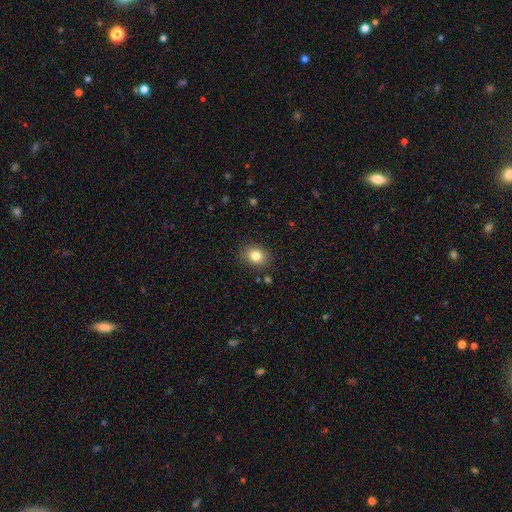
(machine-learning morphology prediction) Smooth or featured? smooth (82%)
How rounded? in between (57%)
Merging? none (86%)